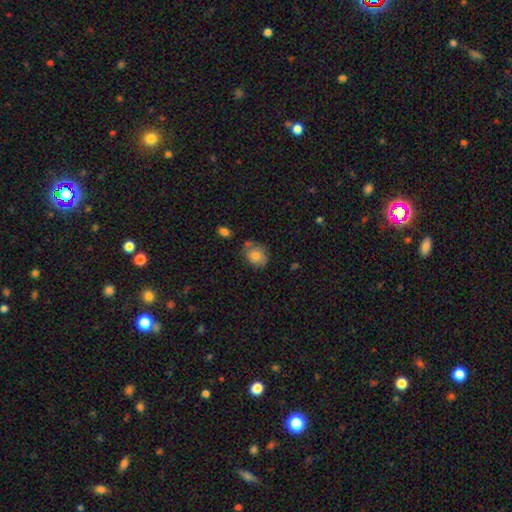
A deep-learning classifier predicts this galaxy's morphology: smooth-or-featured: smooth: 80% | featured or disk: 12% | star or artifact: 9%
  how-rounded: round: 54% | in between: 45% | cigar-shaped: 1%
  merging: none: 63% | minor disturbance: 24% | merger: 7% | major disturbance: 6%